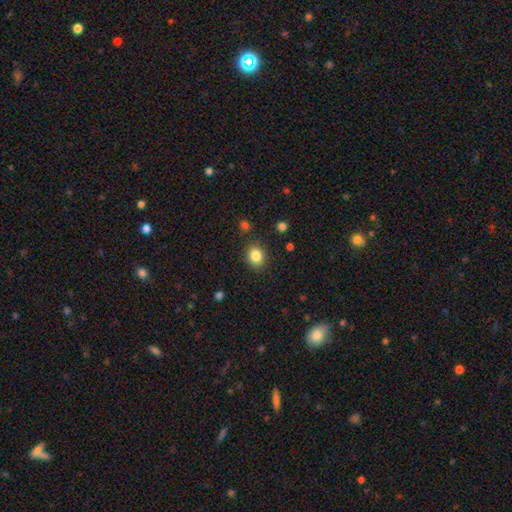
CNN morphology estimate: smooth 84%, star or artifact 10%, featured or disk 6%. Down the decision tree: how rounded — round (61%); merging — none (85%).